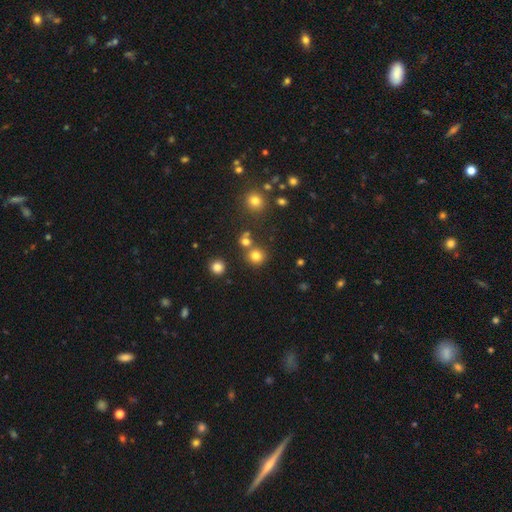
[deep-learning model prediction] This is likely a smooth galaxy (78%). How rounded: clearly round (91%). Merging: likely none (76%).